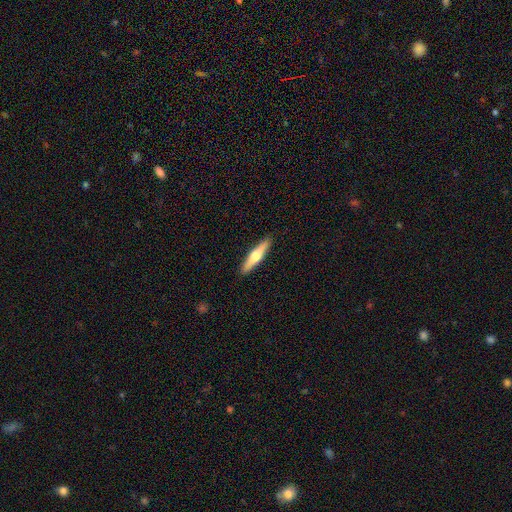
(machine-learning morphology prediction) Smooth or featured? Predicted: featured or disk (p=0.49). Merging? Predicted: none (p=0.91).